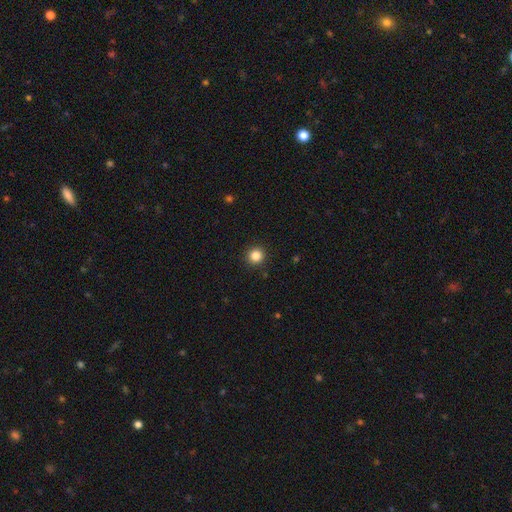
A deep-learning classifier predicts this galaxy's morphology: Smooth or featured?
  - smooth: 84% *
  - star or artifact: 12%
  - featured or disk: 4%
How rounded?
  - round: 95% *
  - in between: 4%
  - cigar-shaped: 1%
Merging?
  - none: 93% *
  - minor disturbance: 5%
  - major disturbance: 2%
  - merger: 1%